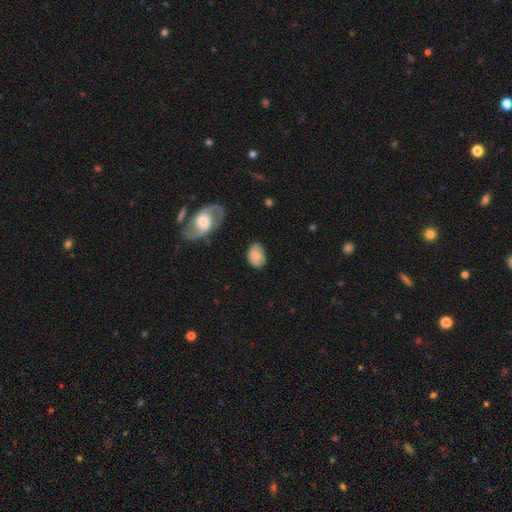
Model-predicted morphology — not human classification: The model was most divided on "merging": none: 68%, minor disturbance: 23%, major disturbance: 7%, merger: 3%. More confident: how rounded — in between (79%); smooth or featured — smooth (71%).